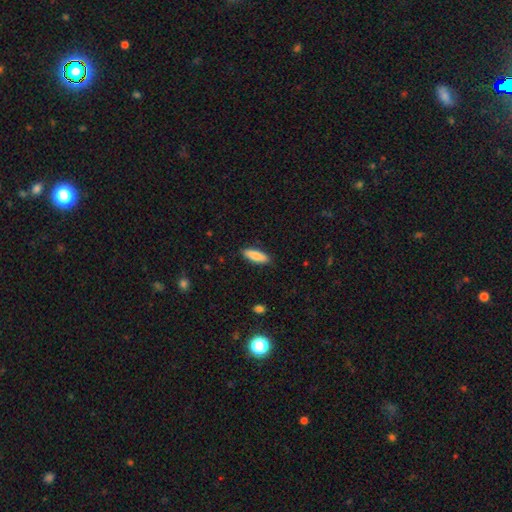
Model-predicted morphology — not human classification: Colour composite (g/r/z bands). It shows a smooth galaxy with no disk features (86%) that is in between round and cigar-shaped (50%). Merging: none (89%).